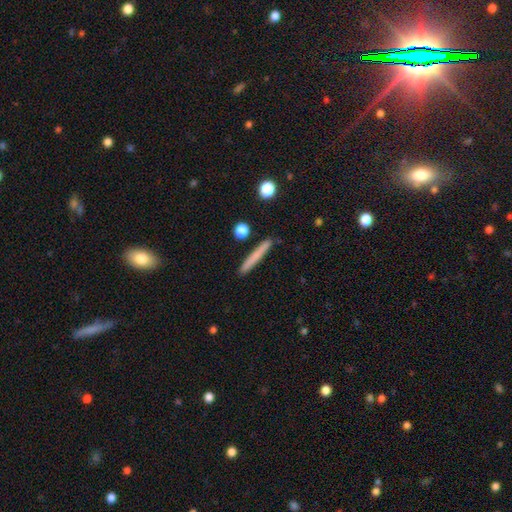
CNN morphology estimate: A smooth galaxy with no disk features (72%) that is cigar-shaped (96%). Merging: none (89%).